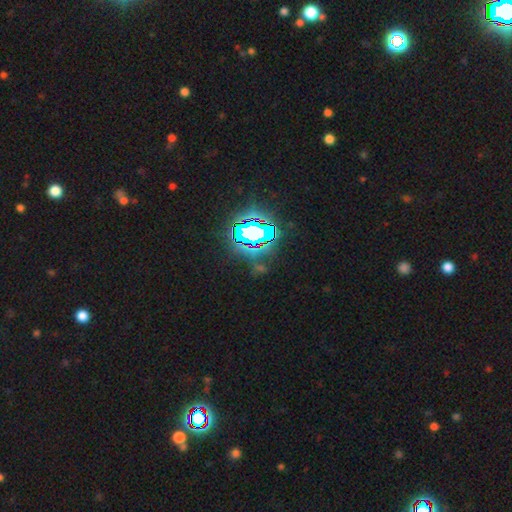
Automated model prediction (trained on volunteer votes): The model was most divided on "smooth or featured": star or artifact: 80%, smooth: 12%, featured or disk: 8%.